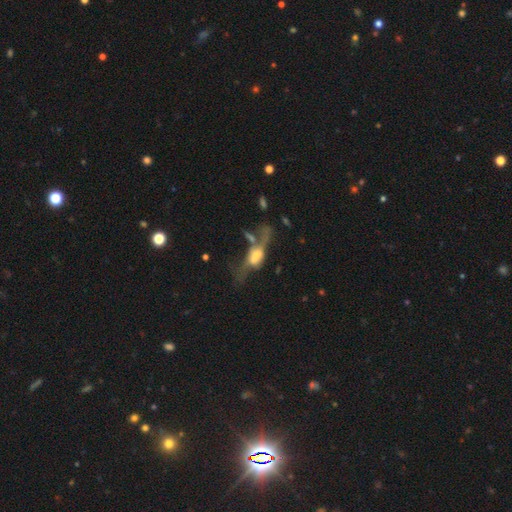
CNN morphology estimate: Smooth or featured? Predicted: featured or disk (p=0.55). Edge-on disk? Predicted: no (p=0.57). Merging? Predicted: major disturbance (p=0.36).